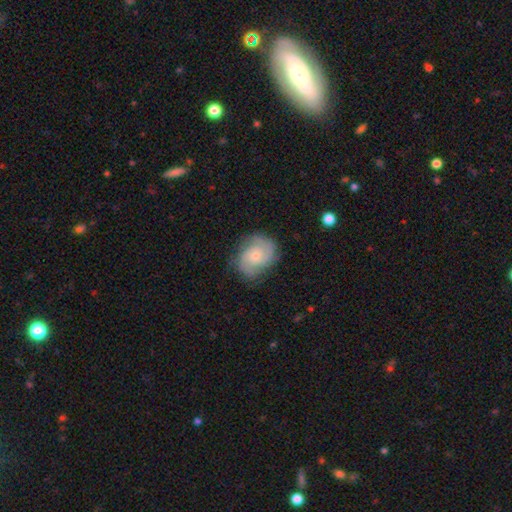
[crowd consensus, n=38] Smooth or featured?
  - featured or disk: 66% *
  - smooth: 26%
  - star or artifact: 8%
Edge-on disk?
  - no: 100% *
  - yes: 0%
Bar?
  - no: 76% *
  - weak: 24%
  - strong: 0%
Spiral arms?
  - yes: 88% *
  - no: 12%
Spiral winding?
  - medium: 50% *
  - tight: 41%
  - loose: 9%
Spiral arm count?
  - 2: 77% *
  - can't tell: 14%
  - 3: 5%
  - 4: 5%
  - 1: 0%
  - more than 4: 0%
Bulge size?
  - moderate: 48% *
  - small: 44%
  - none: 8%
  - dominant: 0%
  - large: 0%
Merging?
  - none: 66% *
  - minor disturbance: 17%
  - major disturbance: 14%
  - merger: 3%